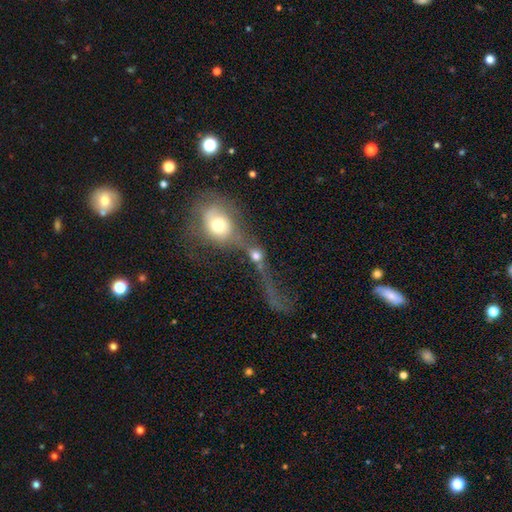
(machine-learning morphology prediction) Smooth or featured? Predicted: smooth (p=0.55). How rounded? Predicted: round (p=0.66). Merging? Predicted: merger (p=0.58).